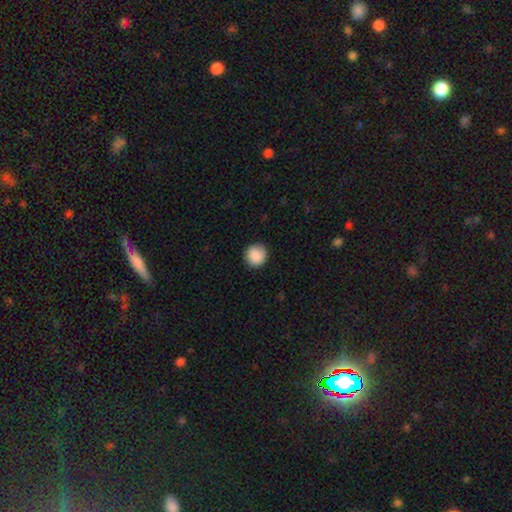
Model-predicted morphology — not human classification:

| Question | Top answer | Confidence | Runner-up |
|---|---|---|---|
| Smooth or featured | smooth | 88% | star or artifact (8%) |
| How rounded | round | 91% | in between (8%) |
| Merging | none | 87% | minor disturbance (10%) |